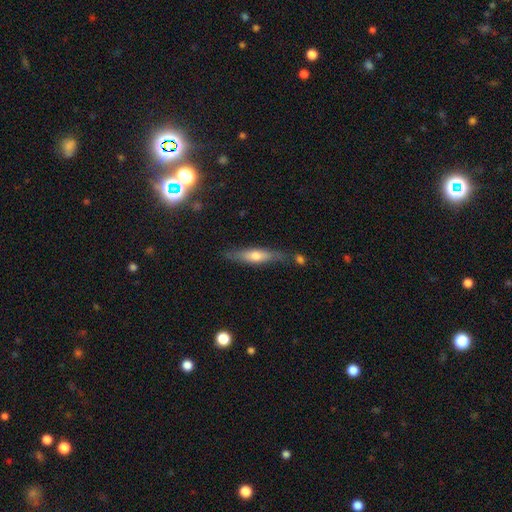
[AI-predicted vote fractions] Q: Smooth or featured?
A: smooth (49%); runner-up: featured or disk (44%)
Q: Merging?
A: none (75%); runner-up: minor disturbance (16%)